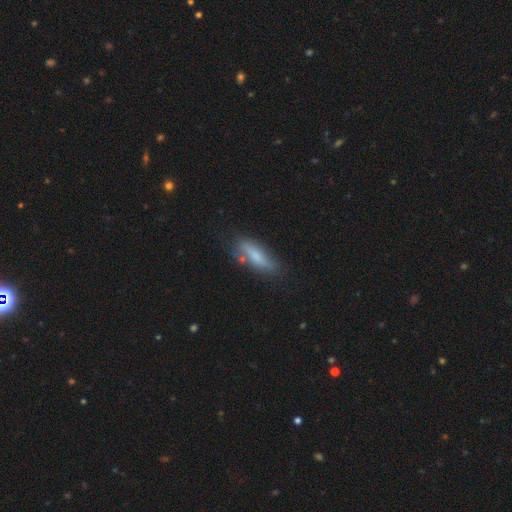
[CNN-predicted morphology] A smooth galaxy with no disk features (67%) that is cigar-shaped (50%).

Vote fractions:
- Smooth or featured? smooth: 67% / featured or disk: 26% / star or artifact: 7%
- How rounded? cigar-shaped: 50% / in between: 48% / round: 2%
- Merging? none: 67% / minor disturbance: 22% / major disturbance: 6% / merger: 6%